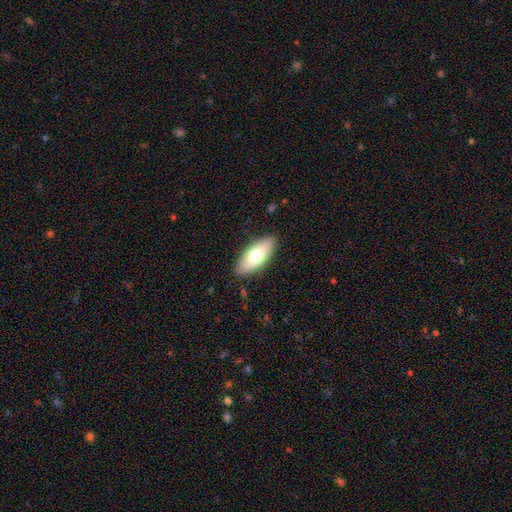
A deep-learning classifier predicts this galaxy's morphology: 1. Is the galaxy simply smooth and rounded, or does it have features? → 71% smooth, 23% featured or disk, 6% star or artifact.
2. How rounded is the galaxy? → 82% in between, 16% cigar-shaped, 2% round.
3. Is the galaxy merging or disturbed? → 87% none, 10% minor disturbance, 2% major disturbance, 1% merger.